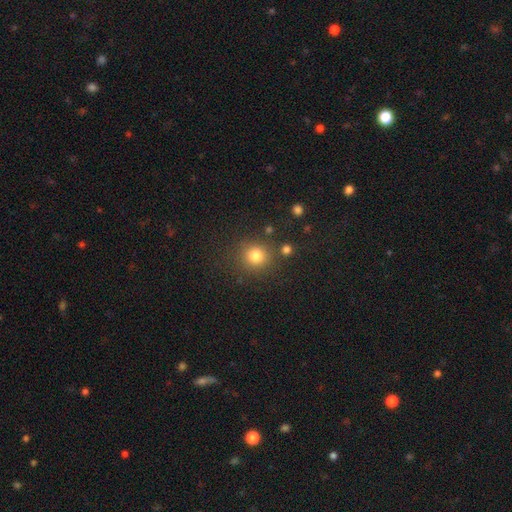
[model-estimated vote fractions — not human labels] Smooth or featured? smooth (80%)
How rounded? round (89%)
Merging? none (82%)